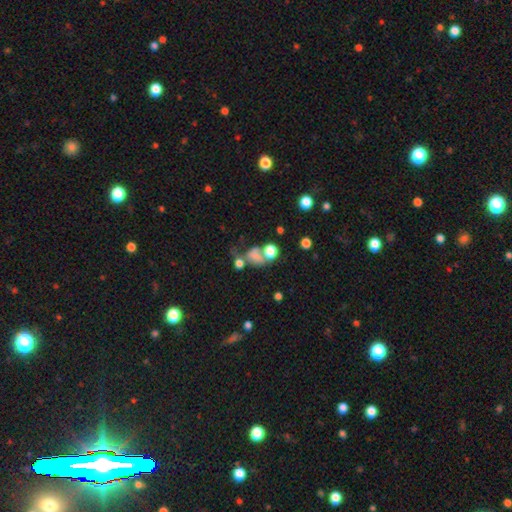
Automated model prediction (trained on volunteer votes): Smooth or featured? Predicted: smooth (p=0.61). How rounded? Predicted: in between (p=0.55). Merging? Predicted: merger (p=0.36).